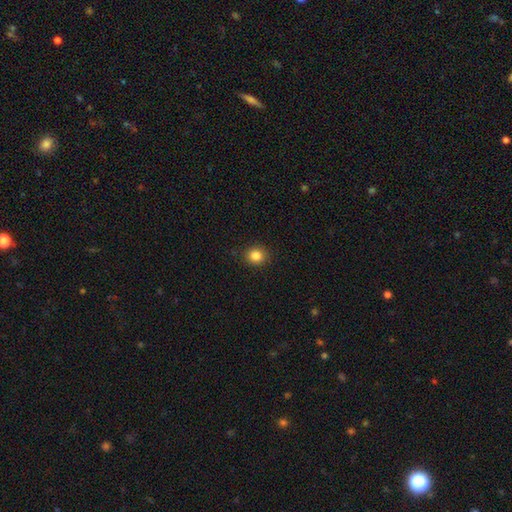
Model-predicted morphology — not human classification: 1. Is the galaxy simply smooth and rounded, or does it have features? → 85% smooth, 11% star or artifact, 5% featured or disk.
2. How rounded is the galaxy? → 81% round, 18% in between, 1% cigar-shaped.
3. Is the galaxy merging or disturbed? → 89% none, 8% minor disturbance, 2% major disturbance, 1% merger.